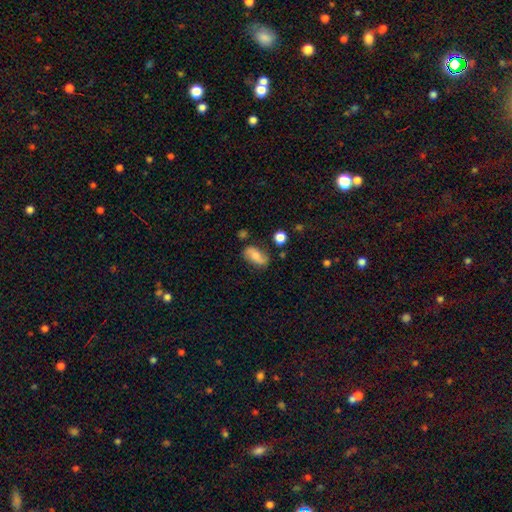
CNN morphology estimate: The model was most divided on "smooth or featured": featured or disk: 47%, smooth: 45%, star or artifact: 9%. More confident: merging — none (72%).